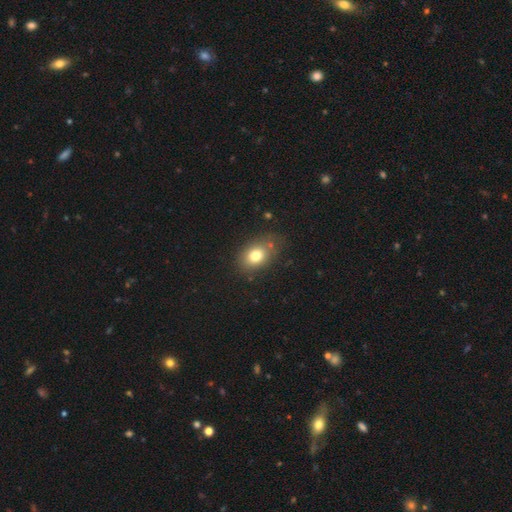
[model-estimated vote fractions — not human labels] This appears to be a smooth galaxy with no disk features (76%) that is in between round and cigar-shaped (66%). Merging: none (70%).